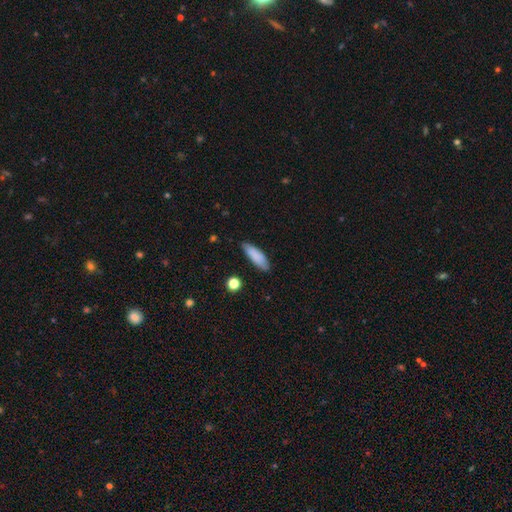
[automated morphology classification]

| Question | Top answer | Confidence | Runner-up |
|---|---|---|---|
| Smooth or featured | smooth | 85% | featured or disk (9%) |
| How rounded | in between | 51% | cigar-shaped (47%) |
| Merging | none | 80% | minor disturbance (16%) |